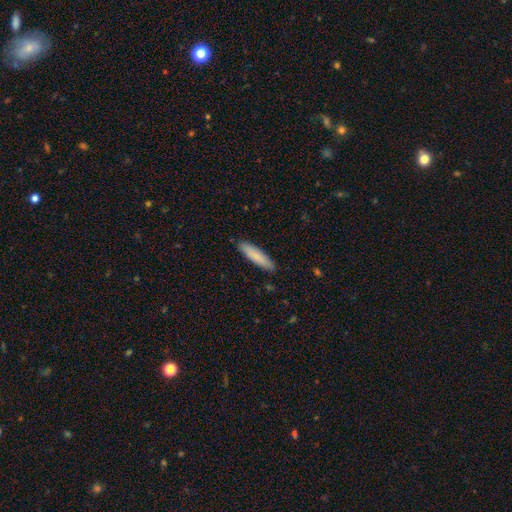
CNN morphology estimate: smooth-or-featured: smooth: 85% | featured or disk: 10% | star or artifact: 5%
  how-rounded: cigar-shaped: 80% | in between: 19% | round: 1%
  merging: none: 90% | minor disturbance: 8% | major disturbance: 1% | merger: 1%